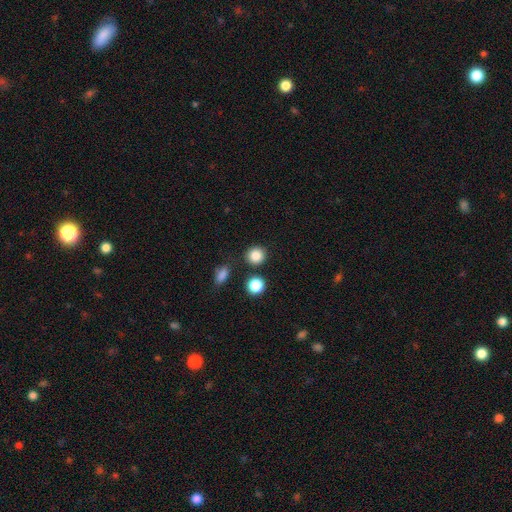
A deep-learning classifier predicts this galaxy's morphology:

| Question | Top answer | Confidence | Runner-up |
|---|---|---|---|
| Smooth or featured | smooth | 85% | star or artifact (10%) |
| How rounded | round | 89% | in between (10%) |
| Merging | none | 84% | minor disturbance (8%) |